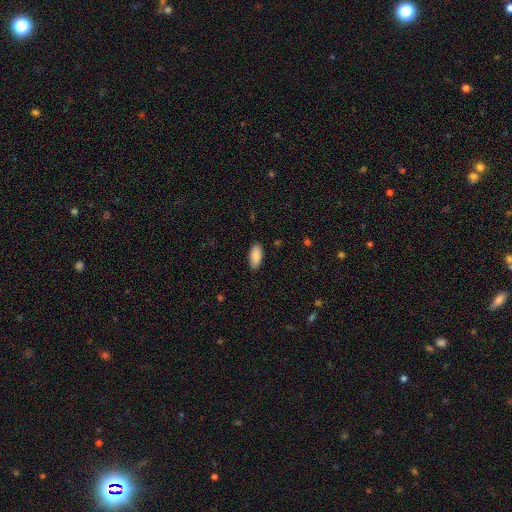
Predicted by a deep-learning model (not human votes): The model was most divided on "merging": none: 88%, minor disturbance: 9%, major disturbance: 2%, merger: 1%. More confident: how rounded — in between (90%); smooth or featured — smooth (90%).